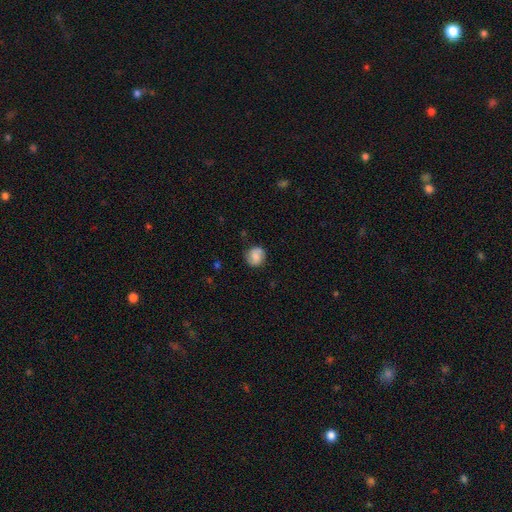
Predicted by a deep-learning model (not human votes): Smooth or featured?
  - smooth: 72% *
  - featured or disk: 19%
  - star or artifact: 9%
How rounded?
  - round: 84% *
  - in between: 15%
  - cigar-shaped: 1%
Merging?
  - none: 83% *
  - minor disturbance: 13%
  - major disturbance: 3%
  - merger: 1%